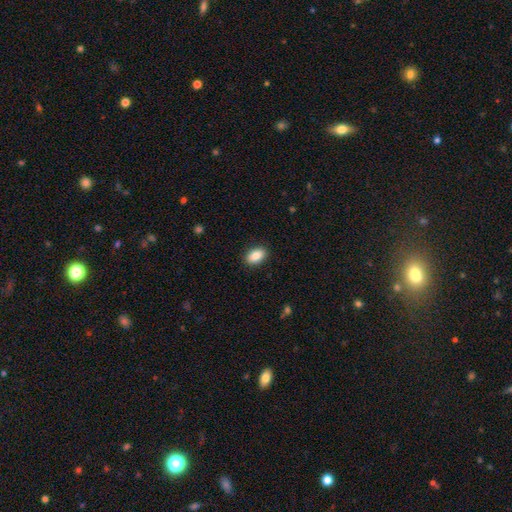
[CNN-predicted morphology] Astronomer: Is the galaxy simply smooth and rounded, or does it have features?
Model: smooth — 88%.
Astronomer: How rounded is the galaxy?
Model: in between — 91%.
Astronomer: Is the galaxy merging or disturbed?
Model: none — 90%.